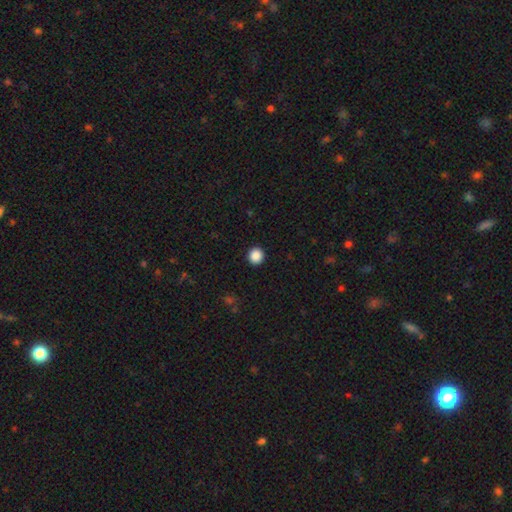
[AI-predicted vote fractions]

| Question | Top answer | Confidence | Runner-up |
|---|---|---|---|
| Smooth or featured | smooth | 88% | star or artifact (10%) |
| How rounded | round | 93% | in between (6%) |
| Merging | none | 93% | minor disturbance (5%) |